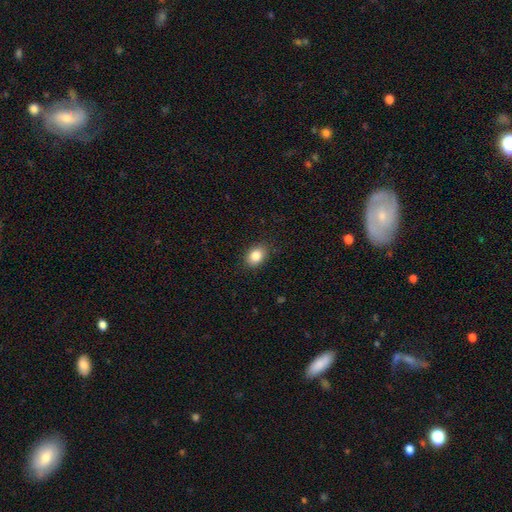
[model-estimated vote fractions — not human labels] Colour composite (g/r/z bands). It shows a smooth galaxy with no disk features (85%) that is in between round and cigar-shaped (67%). Merging: none (86%).